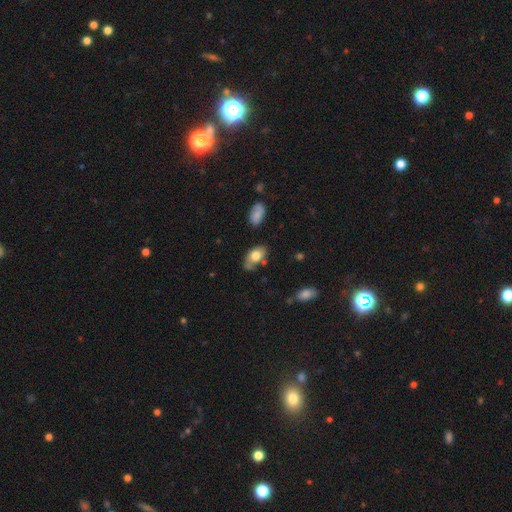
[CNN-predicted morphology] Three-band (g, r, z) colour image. It shows a smooth galaxy with no disk features (72%) that is in between round and cigar-shaped (90%). Merging: none (52%).